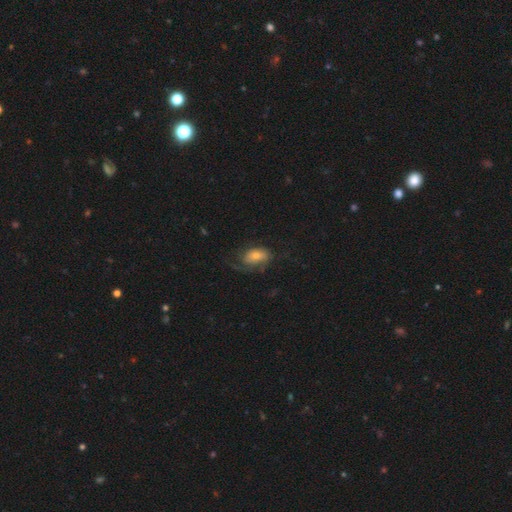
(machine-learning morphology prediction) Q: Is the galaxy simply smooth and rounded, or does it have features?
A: smooth — 46%.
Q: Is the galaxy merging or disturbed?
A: none — 49%.